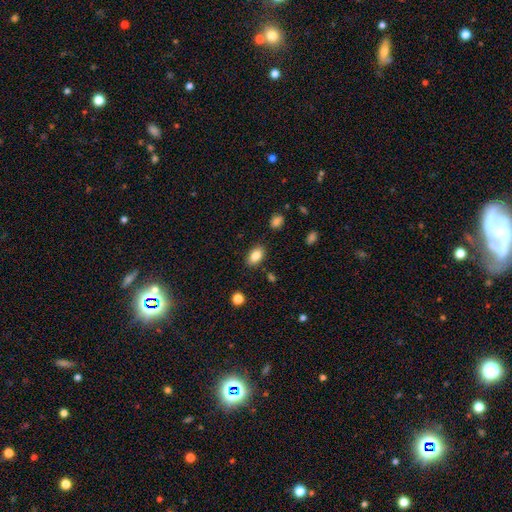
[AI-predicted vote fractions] This is clearly a smooth galaxy (85%). How rounded: clearly in between (89%). Merging: clearly none (85%).